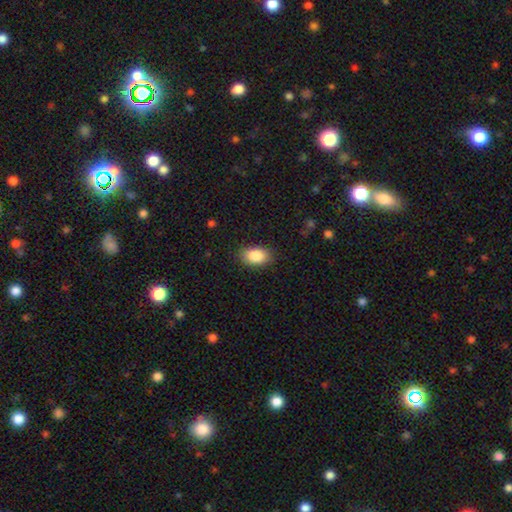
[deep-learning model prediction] Q: Smooth or featured?
A: smooth (87%); runner-up: star or artifact (7%)
Q: How rounded?
A: in between (89%); runner-up: round (10%)
Q: Merging?
A: none (85%); runner-up: minor disturbance (11%)